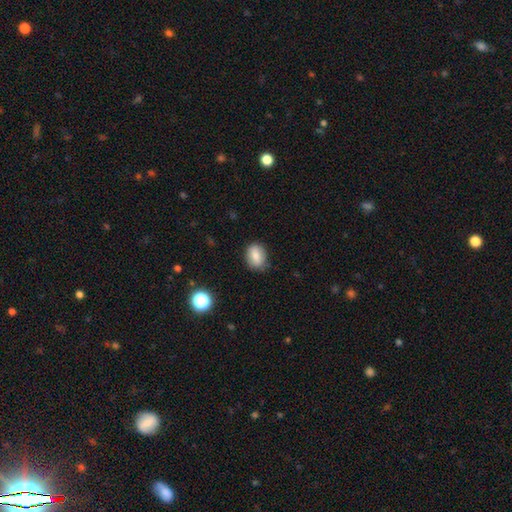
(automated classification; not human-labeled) Morphology: type=smooth (80%); roundness=in between (66%); merging=none (78%).